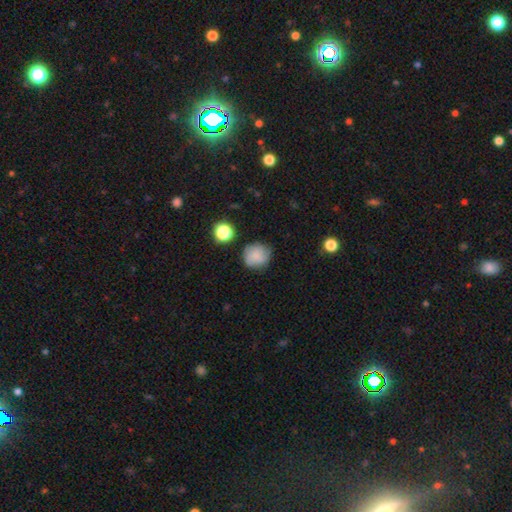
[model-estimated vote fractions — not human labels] Overall: smooth (77%). How rounded: round (88%). Merging: none (75%).